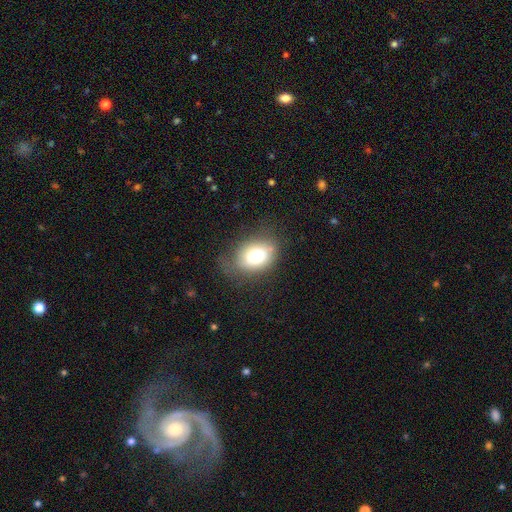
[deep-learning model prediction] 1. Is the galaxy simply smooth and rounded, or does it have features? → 76% smooth, 14% featured or disk, 10% star or artifact.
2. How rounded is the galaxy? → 72% in between, 27% round, 1% cigar-shaped.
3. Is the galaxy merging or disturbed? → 62% none, 25% minor disturbance, 11% major disturbance, 2% merger.